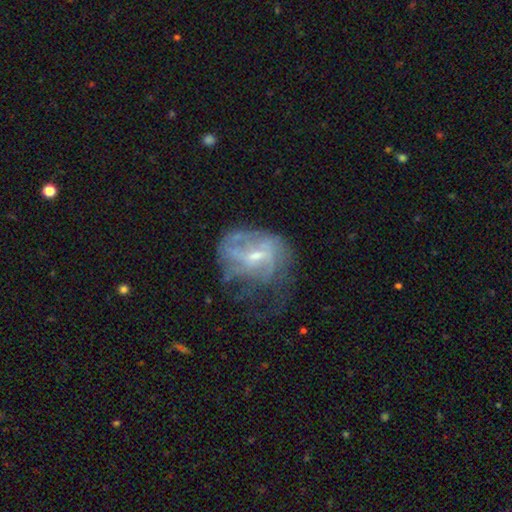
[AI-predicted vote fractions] Morphology: type=featured or disk (72%); edge-on=no (97%); bar=weak (50%); spiral arms=yes (65%); bulge=small (59%); merging=major disturbance (36%, tied with none).